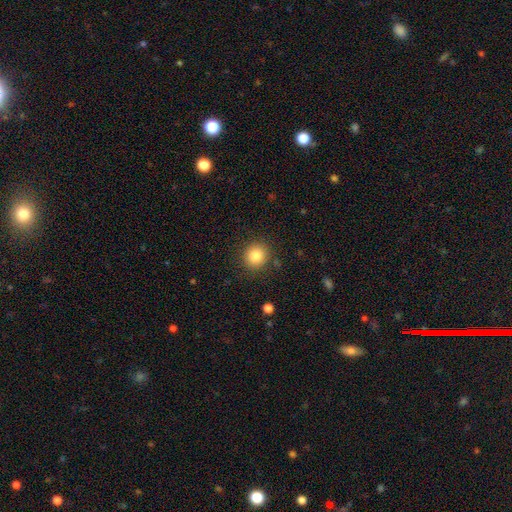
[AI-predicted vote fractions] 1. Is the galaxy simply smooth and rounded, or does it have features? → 83% smooth, 11% star or artifact, 6% featured or disk.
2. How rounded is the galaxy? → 89% round, 10% in between, 1% cigar-shaped.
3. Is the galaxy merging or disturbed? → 88% none, 8% minor disturbance, 3% major disturbance, 1% merger.